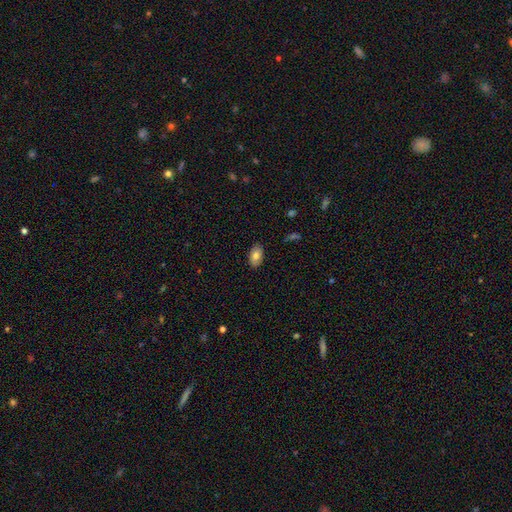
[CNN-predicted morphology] Smooth or featured?
  - smooth: 77% *
  - featured or disk: 15%
  - star or artifact: 7%
How rounded?
  - in between: 93% *
  - round: 5%
  - cigar-shaped: 2%
Merging?
  - none: 88% *
  - minor disturbance: 9%
  - major disturbance: 2%
  - merger: 1%